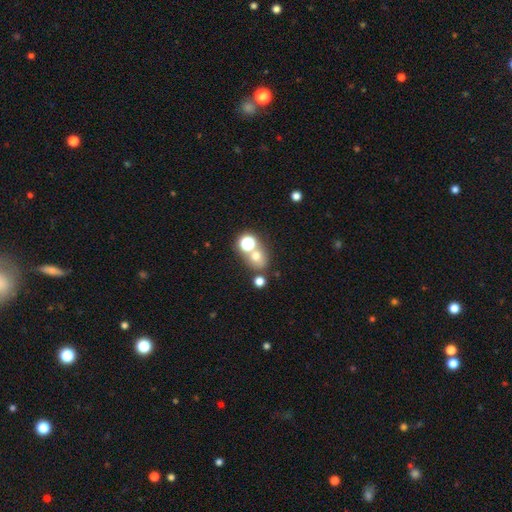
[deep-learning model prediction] Morphology: type=smooth (63%); roundness=round (65%); merging=none (53%).